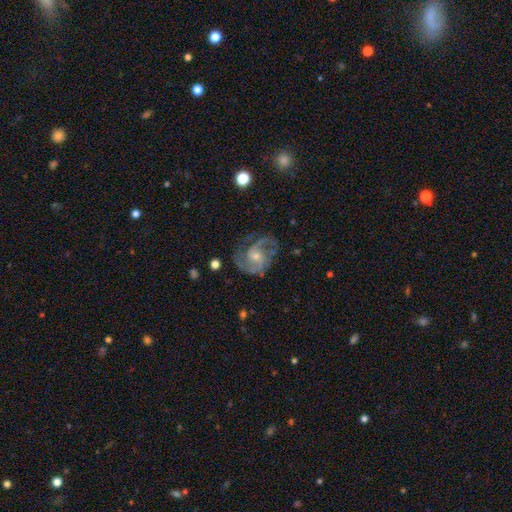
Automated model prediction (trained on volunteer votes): Morphology: type=featured or disk (87%); edge-on=no (98%); bar=no (51%); spiral arms=yes (97%); winding=medium (55%); arm count=2 (63%); bulge=small (50%); merging=none (72%).